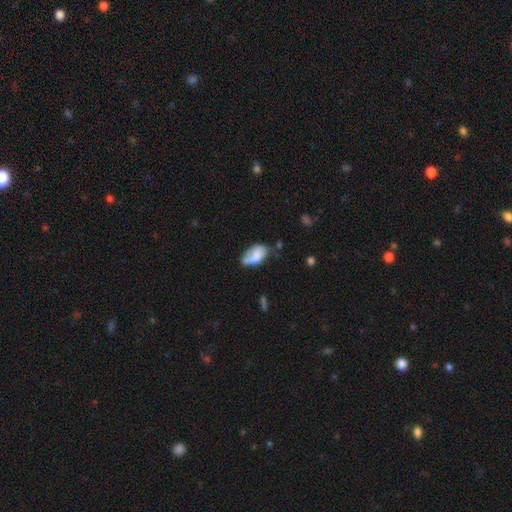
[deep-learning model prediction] Morphology: type=smooth (67%); roundness=in between (92%); merging=none (36%).